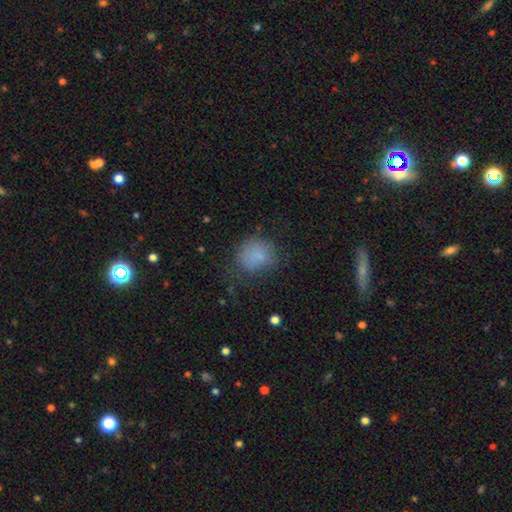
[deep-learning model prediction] smooth 79%, star or artifact 13%, featured or disk 8%. Down the decision tree: how rounded — round (77%); merging — none (62%).